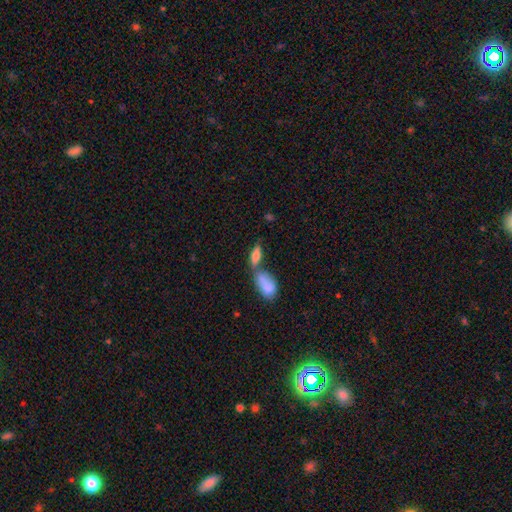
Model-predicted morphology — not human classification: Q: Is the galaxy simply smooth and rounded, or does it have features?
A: smooth — 75%.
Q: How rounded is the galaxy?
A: in between — 75%.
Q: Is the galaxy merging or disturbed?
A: merger — 52%.